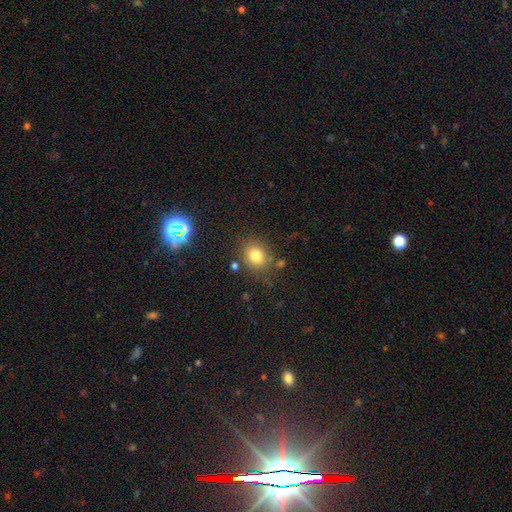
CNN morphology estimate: smooth 78%, star or artifact 14%, featured or disk 9%. Down the decision tree: how rounded — round (55%); merging — none (77%).